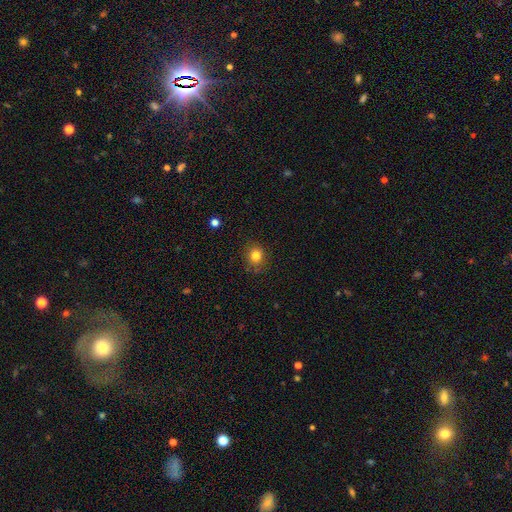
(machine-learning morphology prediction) smooth_or_featured: smooth (p=0.82) [alt: star or artifact p=0.12]
how_rounded: round (p=0.80) [alt: in between p=0.19]
merging: none (p=0.87) [alt: minor disturbance p=0.09]